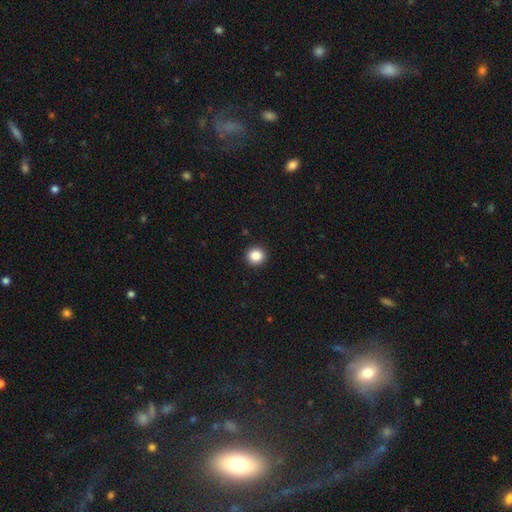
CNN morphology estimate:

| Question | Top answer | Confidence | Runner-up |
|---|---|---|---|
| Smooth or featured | smooth | 86% | star or artifact (10%) |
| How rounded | round | 94% | in between (5%) |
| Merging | none | 93% | minor disturbance (5%) |